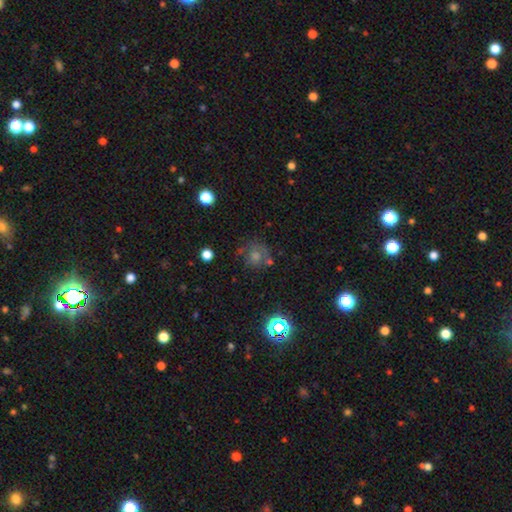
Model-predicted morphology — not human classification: This appears to be a smooth galaxy with no disk features (43%). Merging: none (68%).